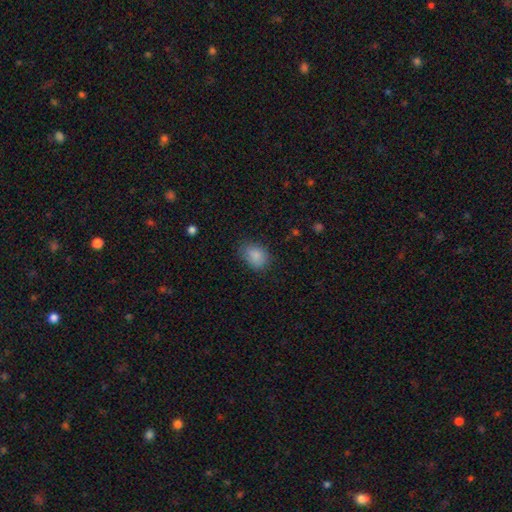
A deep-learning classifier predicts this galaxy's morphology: A smooth galaxy with no disk features (86%) that is in between round and cigar-shaped (67%). Merging: none (74%).